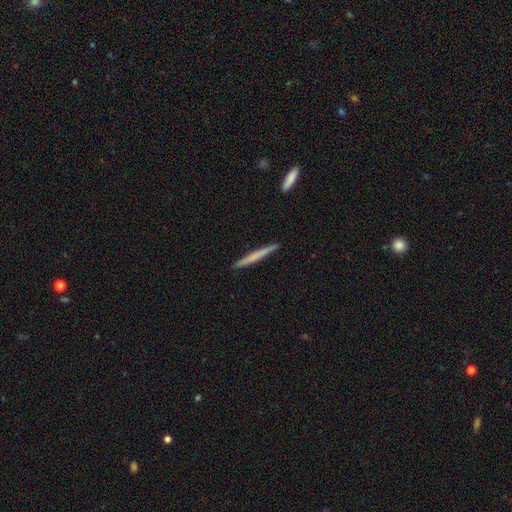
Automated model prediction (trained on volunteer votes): Morphology: type=smooth (60%); roundness=cigar-shaped (97%); merging=none (92%).